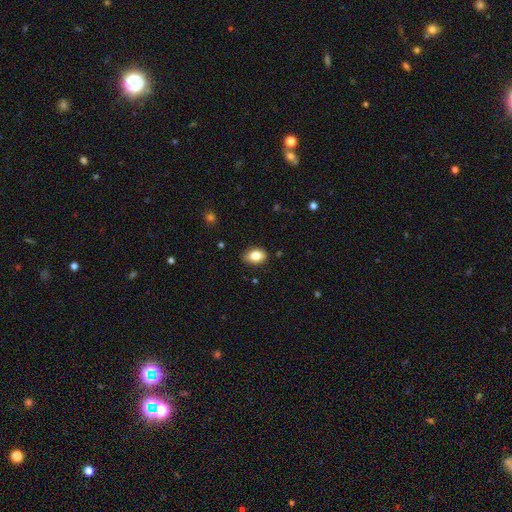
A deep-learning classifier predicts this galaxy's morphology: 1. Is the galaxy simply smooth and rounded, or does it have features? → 83% smooth, 10% featured or disk, 8% star or artifact.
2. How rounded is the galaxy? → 88% in between, 11% round, 2% cigar-shaped.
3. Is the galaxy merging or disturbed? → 84% none, 13% minor disturbance, 2% major disturbance, 1% merger.